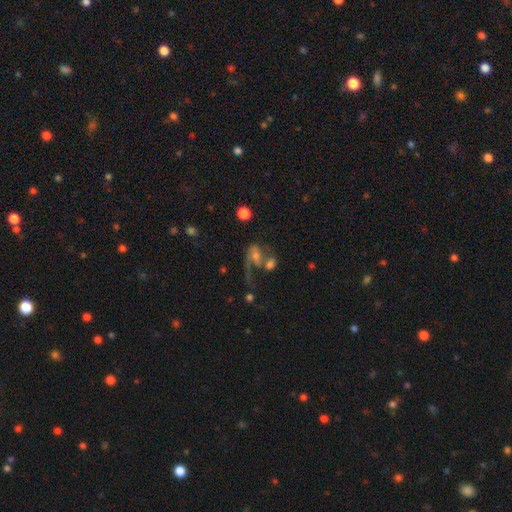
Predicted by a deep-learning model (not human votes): Smooth or featured: featured or disk — 53% (smooth — 33%)
Edge-on disk: no — 95% (yes — 5%)
Merging: merger — 42% (major disturbance — 28%)